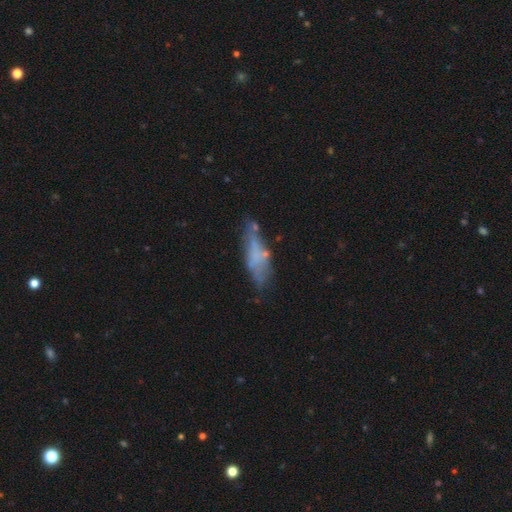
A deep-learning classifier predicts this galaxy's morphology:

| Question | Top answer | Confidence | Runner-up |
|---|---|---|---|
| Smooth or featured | smooth | 47% | featured or disk (43%) |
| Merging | none | 52% | minor disturbance (26%) |